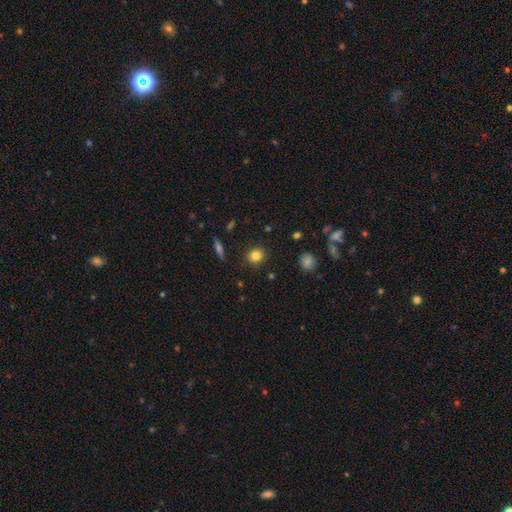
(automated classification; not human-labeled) smooth_or_featured: smooth (p=0.83) [alt: star or artifact p=0.11]
how_rounded: round (p=0.81) [alt: in between p=0.17]
merging: none (p=0.88) [alt: minor disturbance p=0.08]